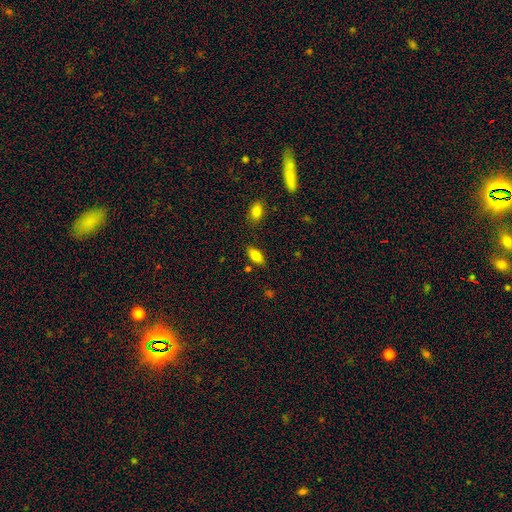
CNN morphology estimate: smooth_or_featured: smooth (p=0.82) [alt: featured or disk p=0.10]
how_rounded: in between (p=0.89) [alt: cigar-shaped p=0.08]
merging: none (p=0.82) [alt: minor disturbance p=0.11]